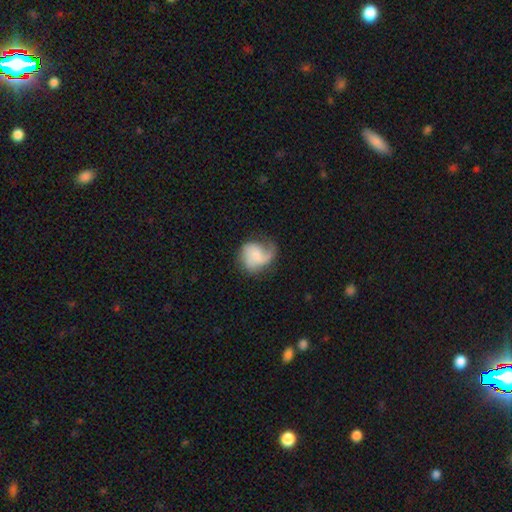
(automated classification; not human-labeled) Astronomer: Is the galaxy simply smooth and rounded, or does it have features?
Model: featured or disk — 56% (runner-up: smooth, 37%).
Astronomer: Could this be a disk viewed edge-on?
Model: no — 98%.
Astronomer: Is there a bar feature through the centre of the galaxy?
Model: no — 64%.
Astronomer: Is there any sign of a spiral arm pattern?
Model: yes — 88%.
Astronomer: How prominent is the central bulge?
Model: small — 40% (runner-up: none, 26%).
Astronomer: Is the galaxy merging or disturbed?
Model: none — 46% (runner-up: minor disturbance, 26%).